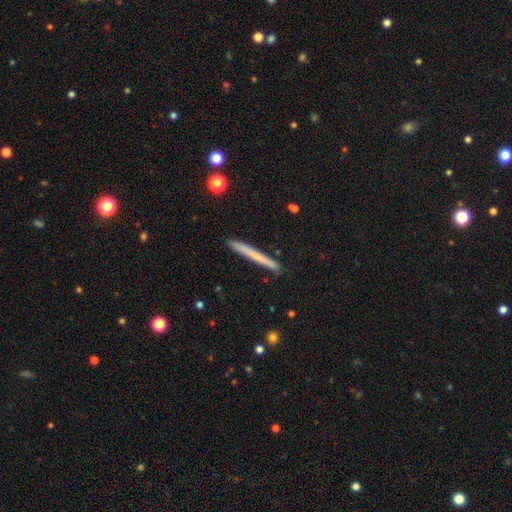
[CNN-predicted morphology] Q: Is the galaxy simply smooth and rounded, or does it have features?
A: smooth — 63%.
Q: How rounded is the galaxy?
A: cigar-shaped — 97%.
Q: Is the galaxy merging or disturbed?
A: none — 91%.